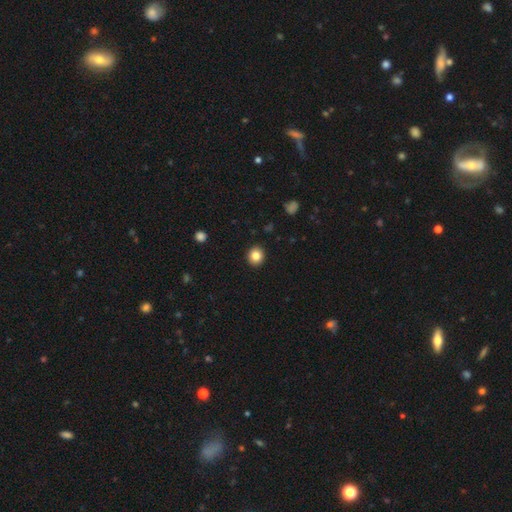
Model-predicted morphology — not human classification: smooth-or-featured: smooth: 84% | star or artifact: 10% | featured or disk: 6%
  how-rounded: round: 84% | in between: 15% | cigar-shaped: 1%
  merging: none: 92% | minor disturbance: 5% | major disturbance: 2% | merger: 1%